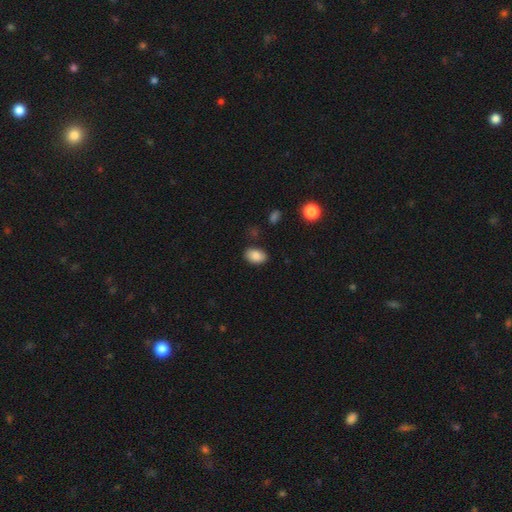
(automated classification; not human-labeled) smooth 85%, star or artifact 8%, featured or disk 7%. Down the decision tree: how rounded — in between (88%); merging — none (83%).